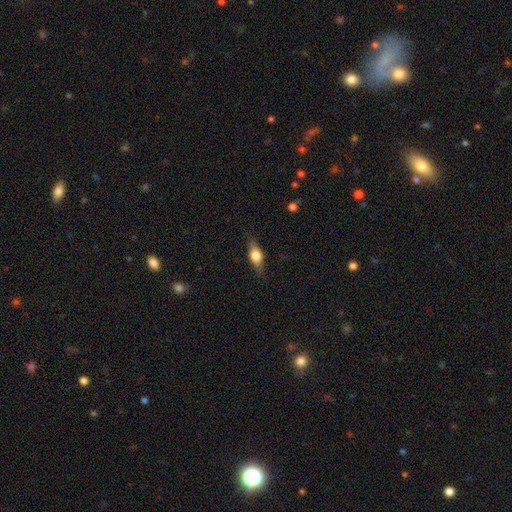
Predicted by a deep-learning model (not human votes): A smooth galaxy with no disk features (53%) that is in between round and cigar-shaped (65%).

Vote fractions:
- Smooth or featured? smooth: 53% / featured or disk: 40% / star or artifact: 7%
- How rounded? in between: 65% / cigar-shaped: 28% / round: 7%
- Merging? none: 82% / minor disturbance: 14% / major disturbance: 3% / merger: 1%